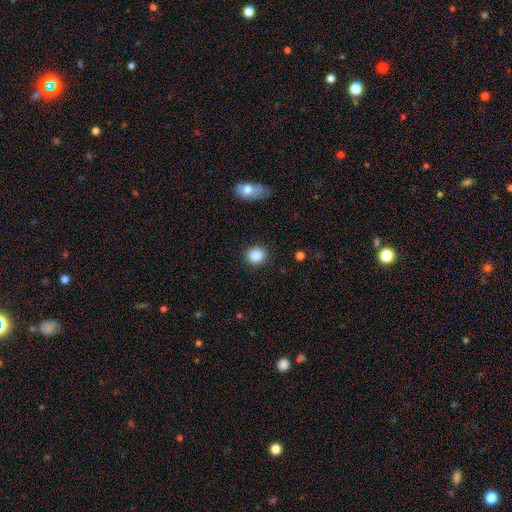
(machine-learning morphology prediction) A smooth galaxy with no disk features (87%) that is round (80%).

Vote fractions:
- Smooth or featured? smooth: 87% / star or artifact: 9% / featured or disk: 4%
- How rounded? round: 80% / in between: 19% / cigar-shaped: 1%
- Merging? none: 88% / minor disturbance: 8% / major disturbance: 3% / merger: 1%